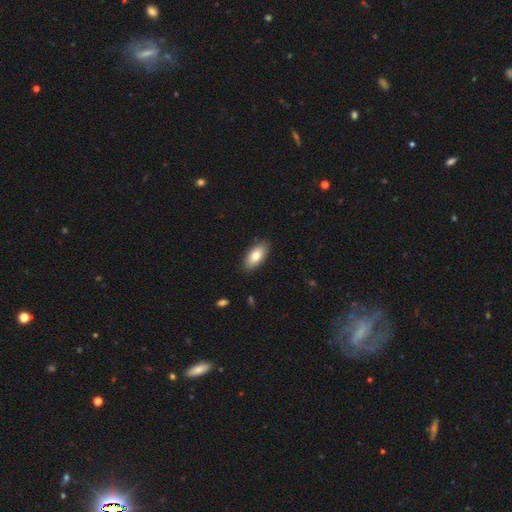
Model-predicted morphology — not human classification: The model was most divided on "smooth or featured": smooth: 79%, featured or disk: 15%, star or artifact: 6%. More confident: how rounded — in between (89%); merging — none (88%).